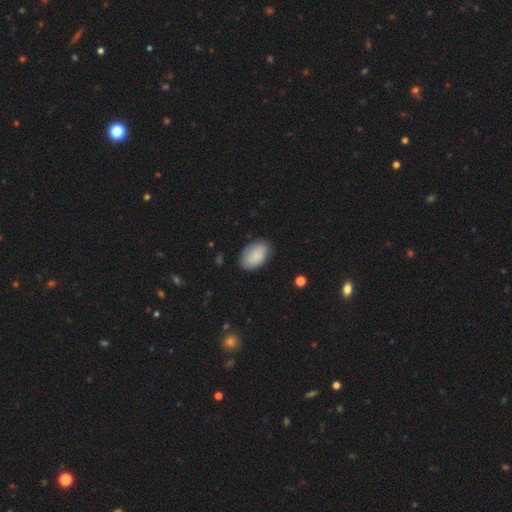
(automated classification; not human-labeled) Q: Smooth or featured?
A: smooth (81%); runner-up: featured or disk (12%)
Q: How rounded?
A: in between (91%); runner-up: round (8%)
Q: Merging?
A: none (78%); runner-up: minor disturbance (17%)